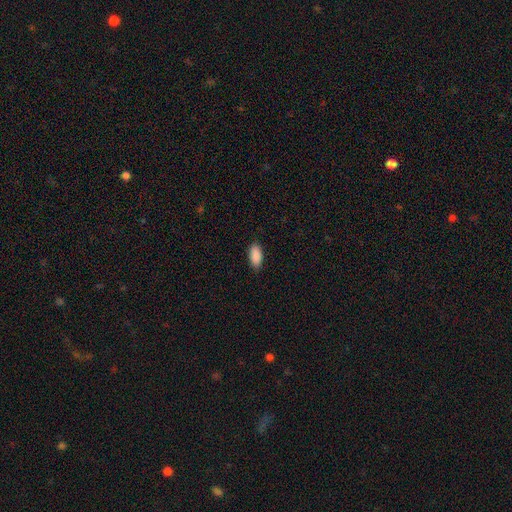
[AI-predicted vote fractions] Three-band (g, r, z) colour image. It shows a smooth galaxy with no disk features (91%) that is in between round and cigar-shaped (90%). Merging: none (87%).